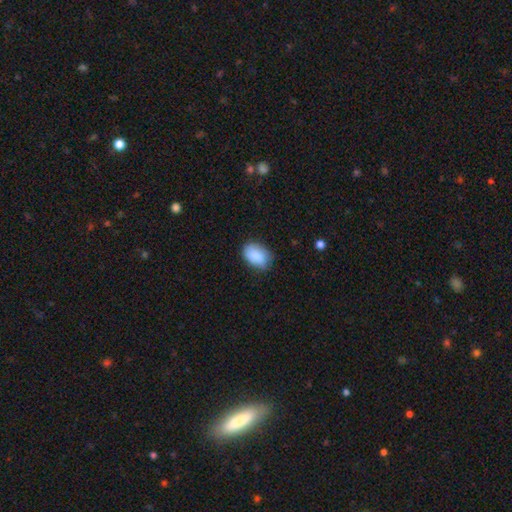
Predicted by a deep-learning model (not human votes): Morphology: type=smooth (88%); roundness=in between (85%); merging=none (69%).